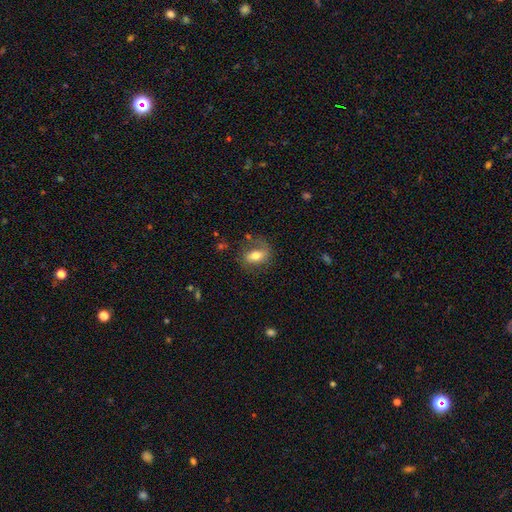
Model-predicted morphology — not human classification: Smooth or featured: smooth — 51% (featured or disk — 40%)
How rounded: in between — 76% (round — 18%)
Merging: none — 62% (minor disturbance — 21%)